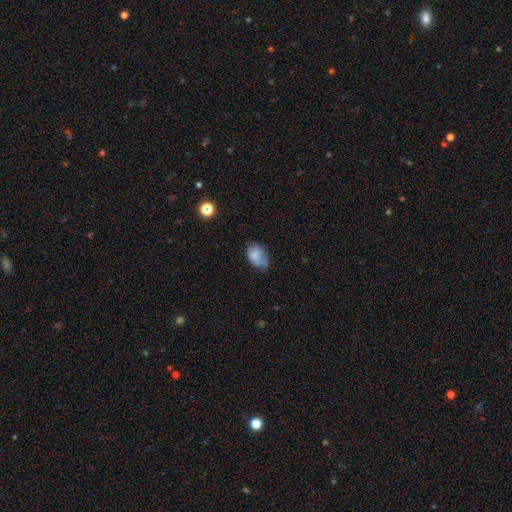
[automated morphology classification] This appears to be a smooth galaxy with no disk features (78%) that is in between round and cigar-shaped (83%). Merging: none (45%).